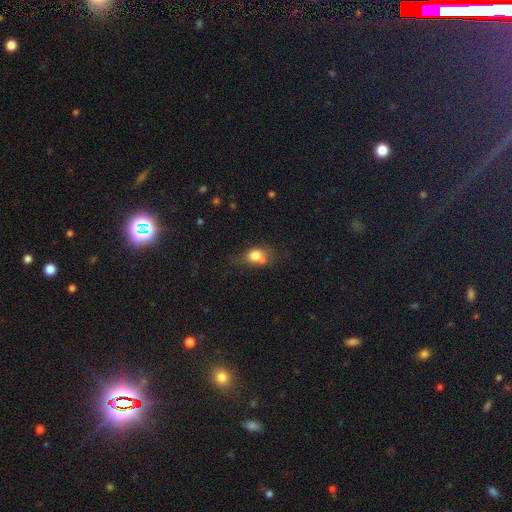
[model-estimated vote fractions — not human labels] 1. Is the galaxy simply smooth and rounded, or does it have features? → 73% smooth, 16% featured or disk, 11% star or artifact.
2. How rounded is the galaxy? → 54% in between, 43% round, 2% cigar-shaped.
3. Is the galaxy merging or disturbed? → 38% merger, 36% none, 18% minor disturbance, 8% major disturbance.